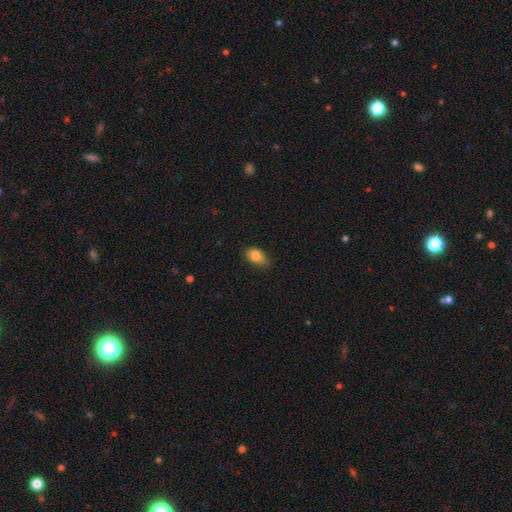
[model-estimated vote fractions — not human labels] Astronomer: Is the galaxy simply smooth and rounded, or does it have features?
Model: smooth — 84%.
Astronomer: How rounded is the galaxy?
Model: in between — 85%.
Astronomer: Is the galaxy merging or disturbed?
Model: none — 71%.